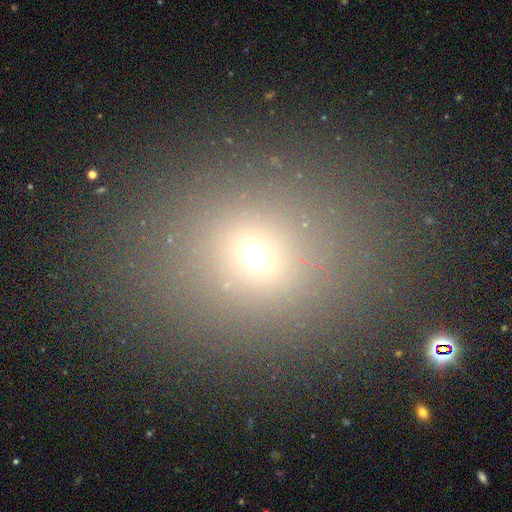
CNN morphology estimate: Smooth or featured: smooth — 63% (star or artifact — 27%)
How rounded: round — 63% (in between — 35%)
Merging: none — 82% (minor disturbance — 9%)